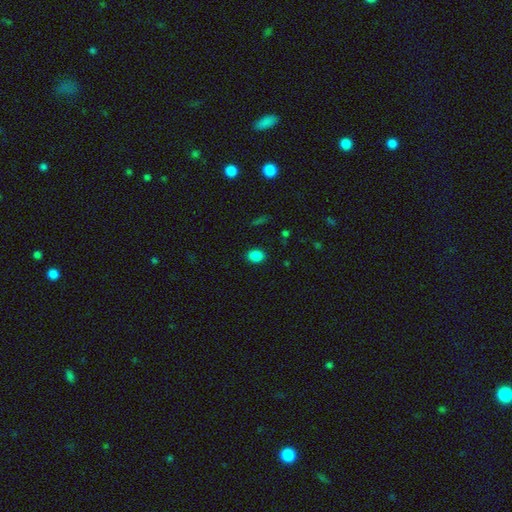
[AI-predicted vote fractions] The model was most divided on "how rounded": in between: 66%, round: 33%, cigar-shaped: 1%. More confident: merging — none (88%); smooth or featured — smooth (86%).